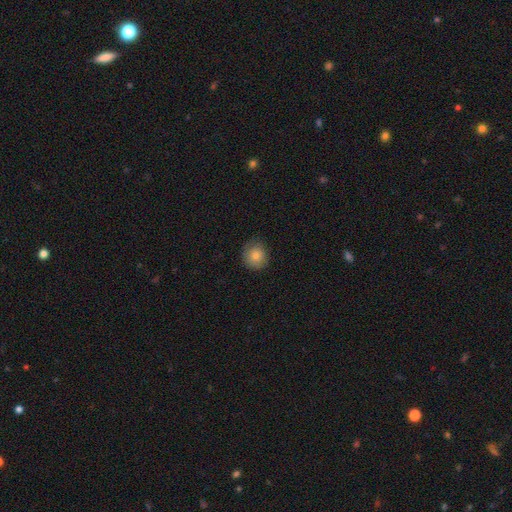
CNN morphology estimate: A smooth galaxy with no disk features (81%) that is round (87%). Merging: none (77%).